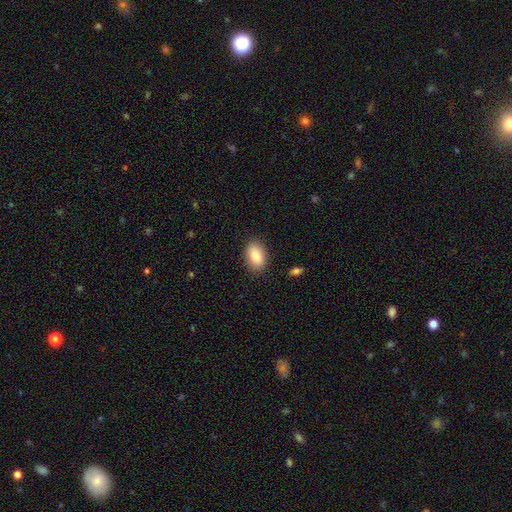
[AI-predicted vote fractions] This appears to be a smooth galaxy with no disk features (83%) that is in between round and cigar-shaped (89%). Merging: none (86%).